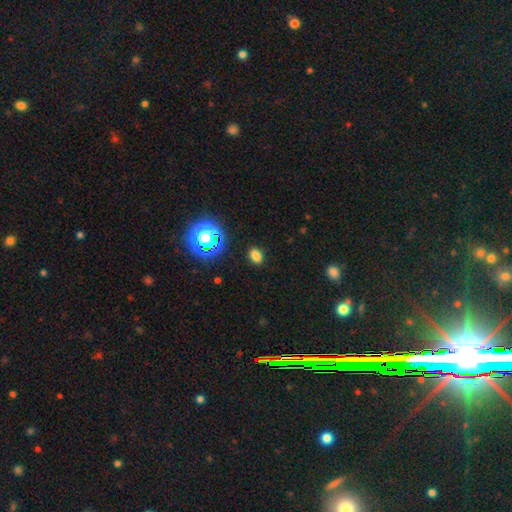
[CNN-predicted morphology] The model was most divided on "how rounded": in between: 70%, round: 28%, cigar-shaped: 2%. More confident: merging — none (87%); smooth or featured — smooth (74%).